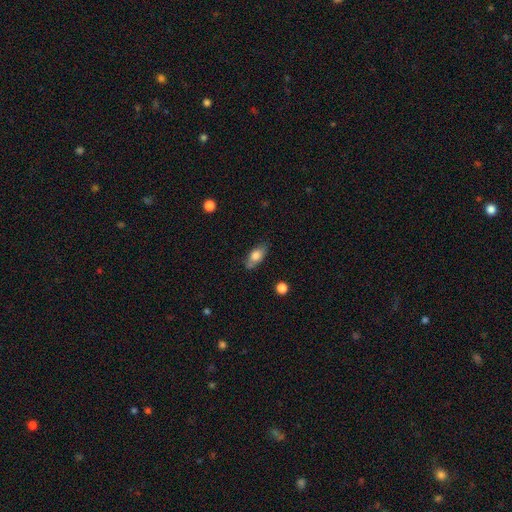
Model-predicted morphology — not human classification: Smooth or featured: smooth — 72% (featured or disk — 21%)
How rounded: in between — 83% (cigar-shaped — 12%)
Merging: none — 73% (minor disturbance — 20%)